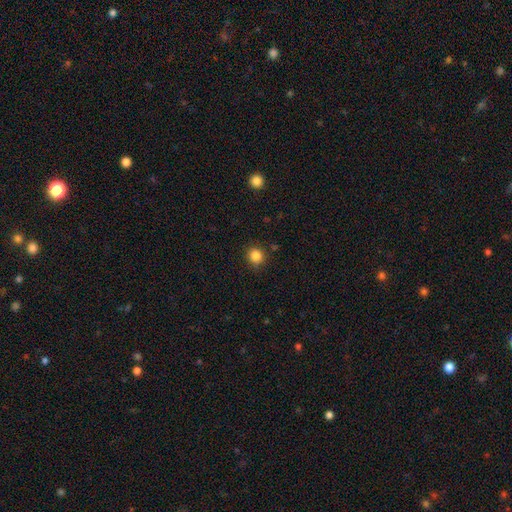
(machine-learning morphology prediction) Q: Smooth or featured?
A: smooth (85%); runner-up: star or artifact (11%)
Q: How rounded?
A: round (88%); runner-up: in between (11%)
Q: Merging?
A: none (88%); runner-up: minor disturbance (8%)